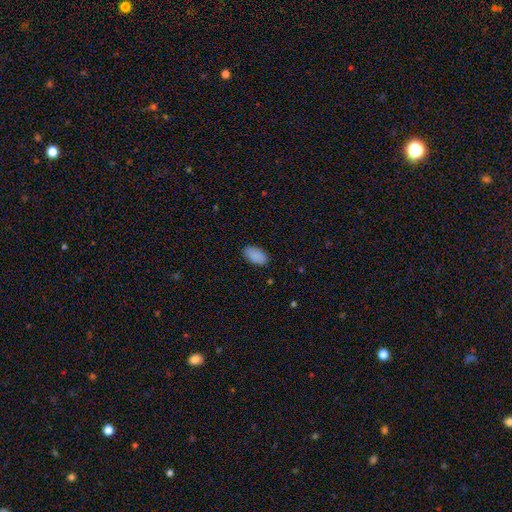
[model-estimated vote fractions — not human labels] A smooth galaxy with no disk features (89%) that is in between round and cigar-shaped (94%). Merging: none (87%).